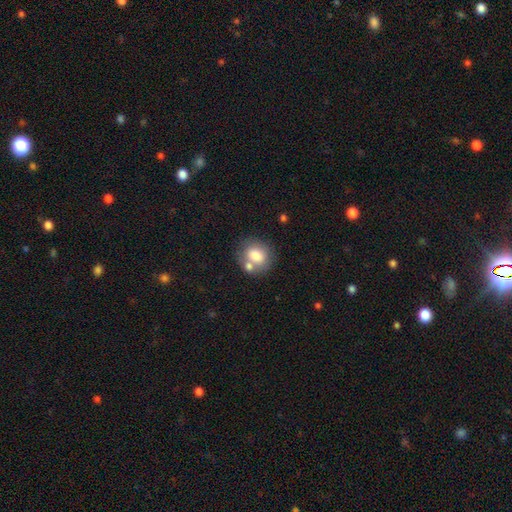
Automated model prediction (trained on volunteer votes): The model was most divided on "merging": none: 55%, merger: 26%, minor disturbance: 14%, major disturbance: 5%. More confident: smooth or featured — smooth (77%); how rounded — round (64%).